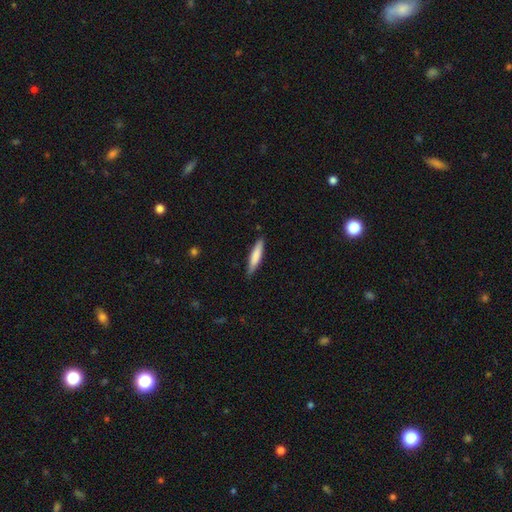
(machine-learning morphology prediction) Smooth or featured? Predicted: smooth (p=0.75). How rounded? Predicted: cigar-shaped (p=0.86). Merging? Predicted: none (p=0.84).